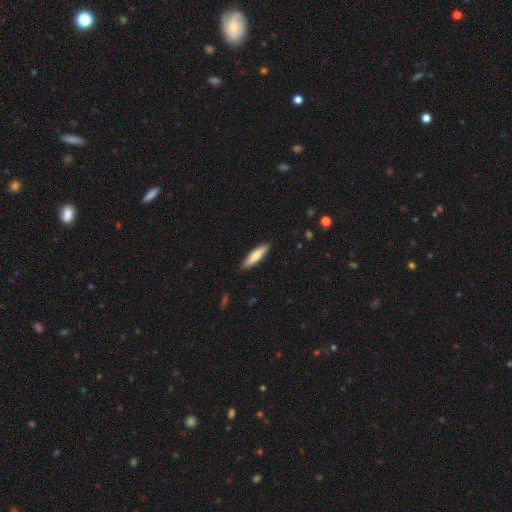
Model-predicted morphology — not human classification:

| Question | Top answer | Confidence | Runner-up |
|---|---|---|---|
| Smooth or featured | smooth | 72% | featured or disk (23%) |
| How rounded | cigar-shaped | 78% | in between (21%) |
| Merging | none | 88% | minor disturbance (9%) |